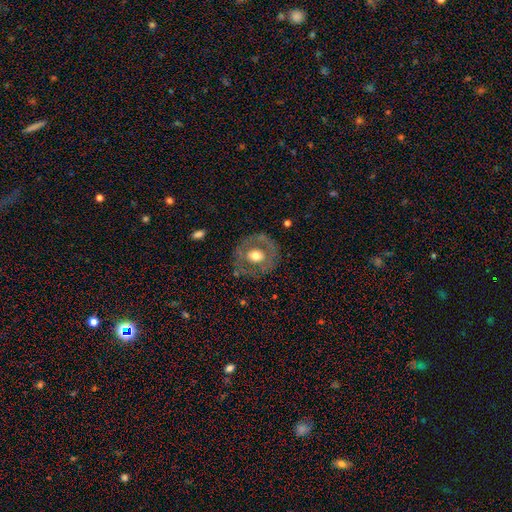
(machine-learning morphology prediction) This is possibly a featured or disk galaxy (53%). It is clearly not viewed edge-on (94%). Merging: likely none (76%).